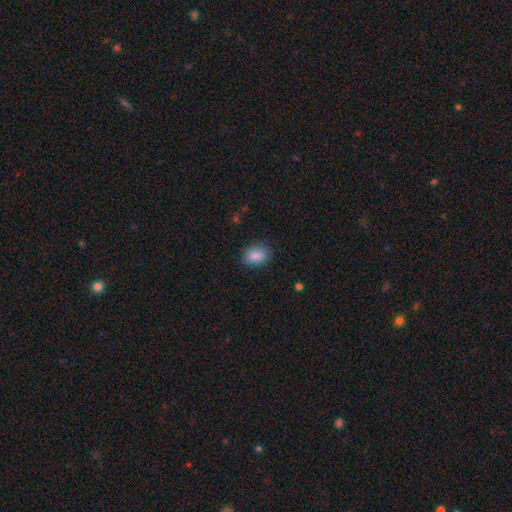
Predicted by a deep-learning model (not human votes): Smooth or featured? Predicted: smooth (p=0.88). How rounded? Predicted: in between (p=0.80). Merging? Predicted: none (p=0.83).